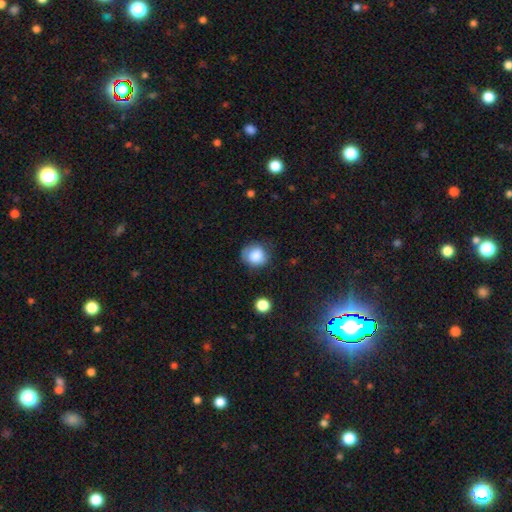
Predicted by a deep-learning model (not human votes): Overall: smooth (81%). How rounded: round (80%). Merging: none (68%).